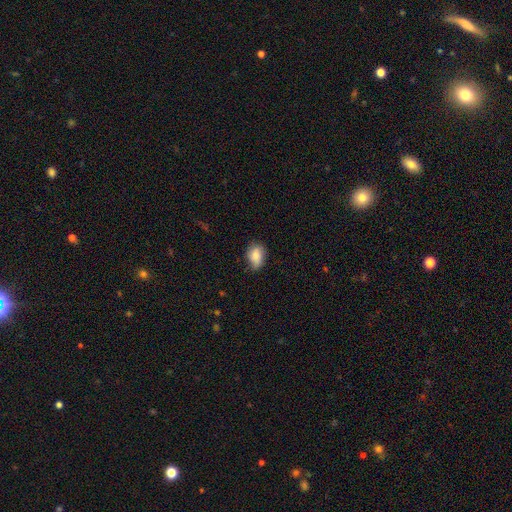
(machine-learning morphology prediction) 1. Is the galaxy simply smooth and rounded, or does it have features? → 81% smooth, 12% featured or disk, 8% star or artifact.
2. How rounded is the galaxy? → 79% in between, 20% round, 1% cigar-shaped.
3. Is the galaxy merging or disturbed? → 61% none, 32% minor disturbance, 6% major disturbance, 1% merger.